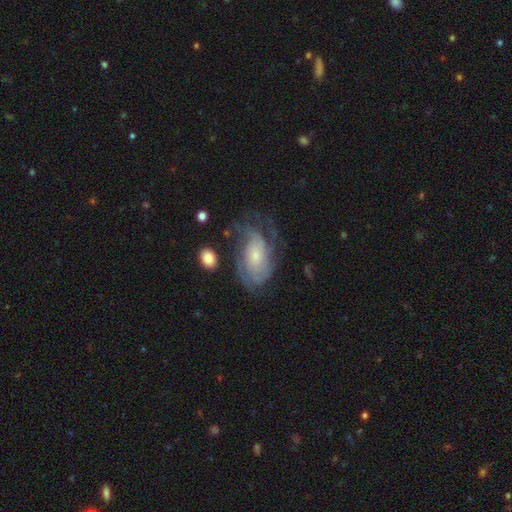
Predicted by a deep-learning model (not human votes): Overall: featured or disk (78%). Edge-on disk: no (96%). Bar: no (70%). Spiral arms: yes (92%). Spiral arm count: can't tell (38%; 2 25%). Spiral winding: tight (50%; medium 36%). Bulge size: small (61%; moderate 27%). Merging: none (53%; minor disturbance 22%).